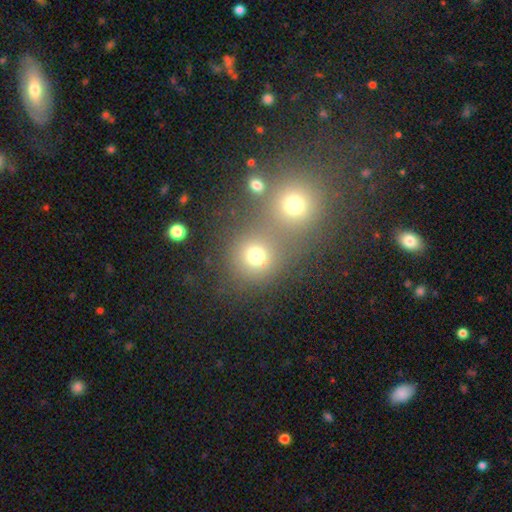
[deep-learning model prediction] Smooth or featured? Predicted: smooth (p=0.73). How rounded? Predicted: round (p=0.86). Merging? Predicted: none (p=0.48).